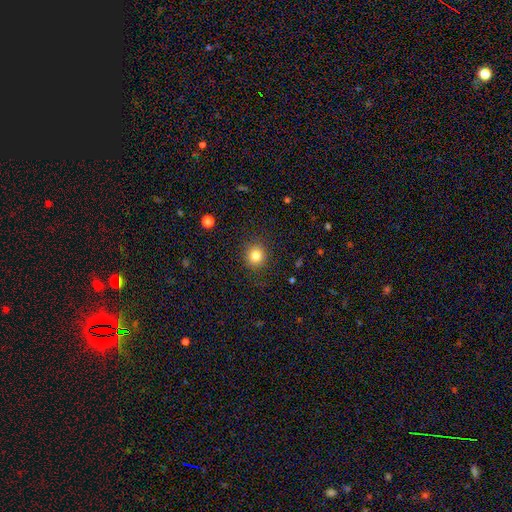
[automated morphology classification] The model was most divided on "smooth or featured": smooth: 82%, star or artifact: 12%, featured or disk: 6%. More confident: how rounded — round (90%); merging — none (90%).